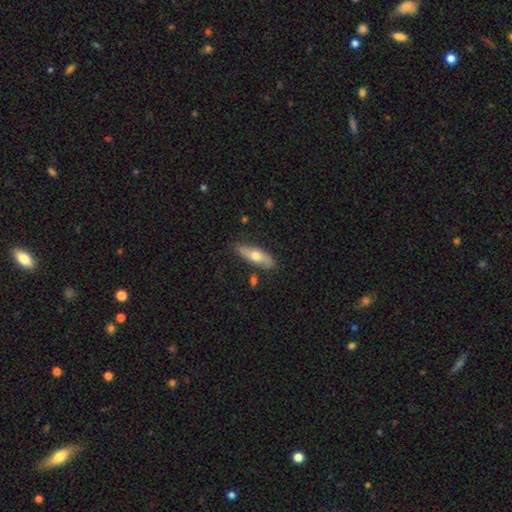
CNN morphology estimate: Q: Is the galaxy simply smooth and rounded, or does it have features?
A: smooth — 57%.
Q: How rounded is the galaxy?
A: in between — 58%.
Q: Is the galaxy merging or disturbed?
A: none — 83%.